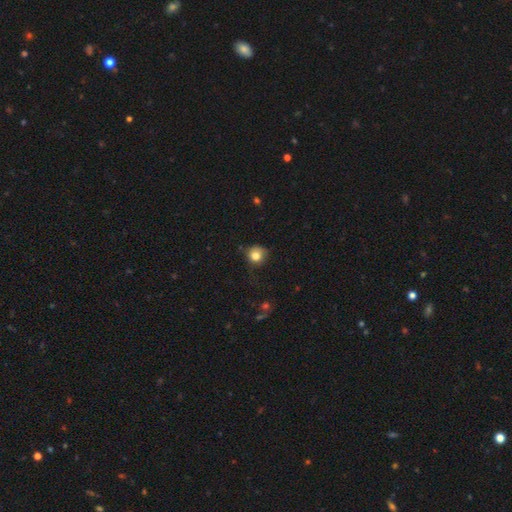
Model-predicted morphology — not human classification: type=smooth (81%); roundness=round (87%); merging=none (64%).